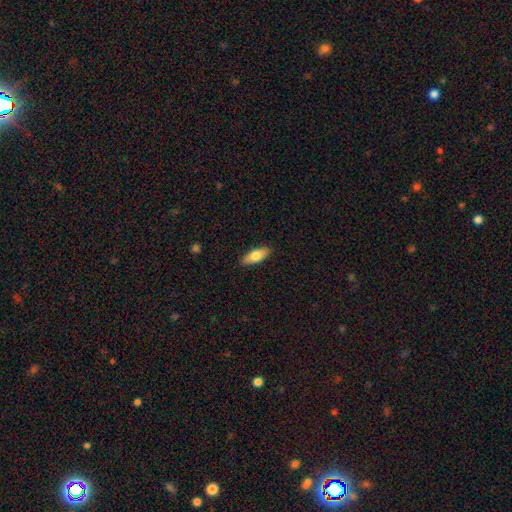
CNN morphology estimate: smooth-or-featured: smooth: 75% | featured or disk: 19% | star or artifact: 6%
  how-rounded: in between: 77% | cigar-shaped: 21% | round: 2%
  merging: none: 88% | minor disturbance: 9% | major disturbance: 2% | merger: 1%